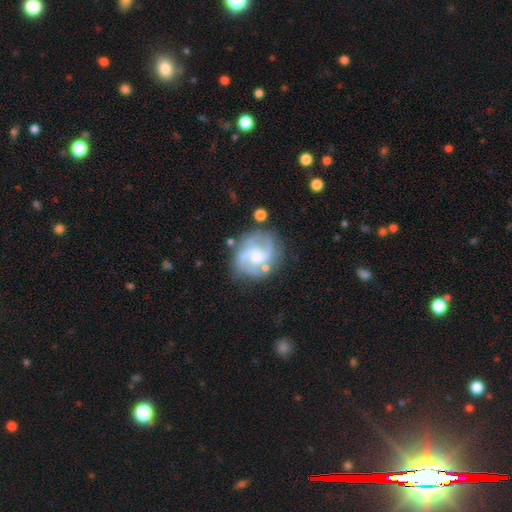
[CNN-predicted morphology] Overall: featured or disk (81%). Edge-on disk: no (98%). Bar: no (52%; weak 39%). Spiral arms: yes (94%). Spiral arm count: 2 (55%; 3 23%). Spiral winding: medium (52%; tight 28%). Bulge size: moderate (48%; small 31%). Merging: none (66%).